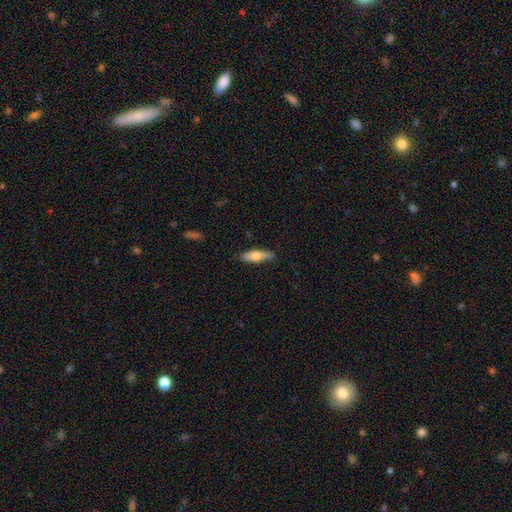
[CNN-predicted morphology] smooth-or-featured: smooth: 62% | featured or disk: 33% | star or artifact: 6%
  how-rounded: cigar-shaped: 58% | in between: 40% | round: 2%
  merging: none: 85% | minor disturbance: 12% | major disturbance: 2% | merger: 1%